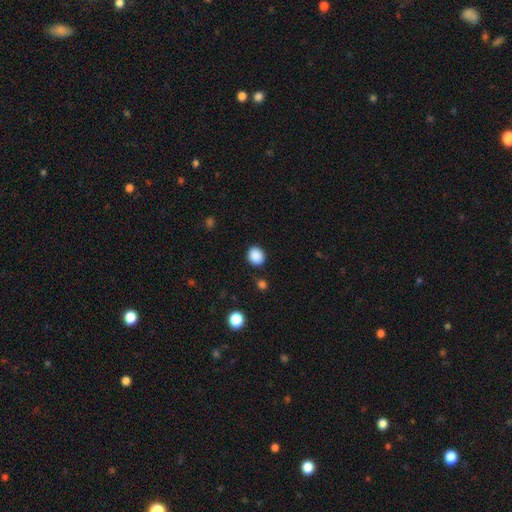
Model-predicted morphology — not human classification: Smooth or featured?
  - smooth: 89% *
  - star or artifact: 9%
  - featured or disk: 3%
How rounded?
  - round: 70% *
  - in between: 29%
  - cigar-shaped: 1%
Merging?
  - none: 87% *
  - minor disturbance: 8%
  - major disturbance: 3%
  - merger: 2%